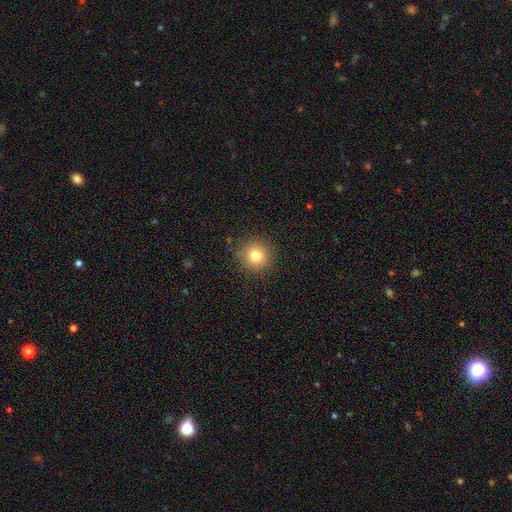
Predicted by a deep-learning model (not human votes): smooth 80%, star or artifact 12%, featured or disk 8%. Down the decision tree: how rounded — round (93%); merging — none (89%).